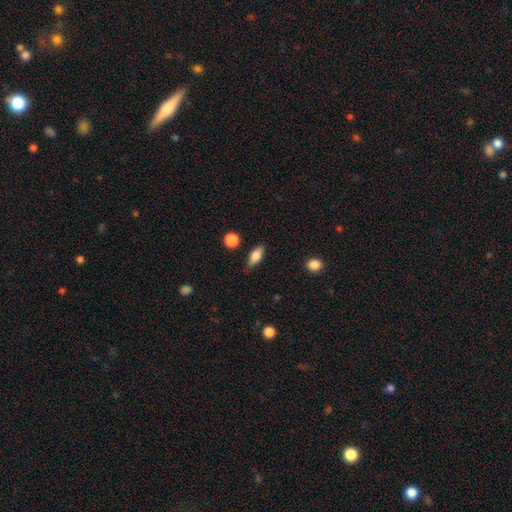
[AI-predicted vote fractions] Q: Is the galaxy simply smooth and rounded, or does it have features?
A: smooth — 70%.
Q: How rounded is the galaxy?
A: in between — 72%.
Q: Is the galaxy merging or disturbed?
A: none — 77%.